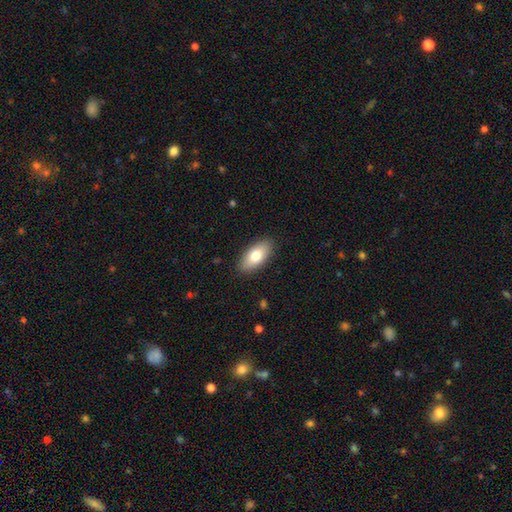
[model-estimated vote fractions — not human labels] Morphology: type=smooth (77%); roundness=in between (90%); merging=none (88%).